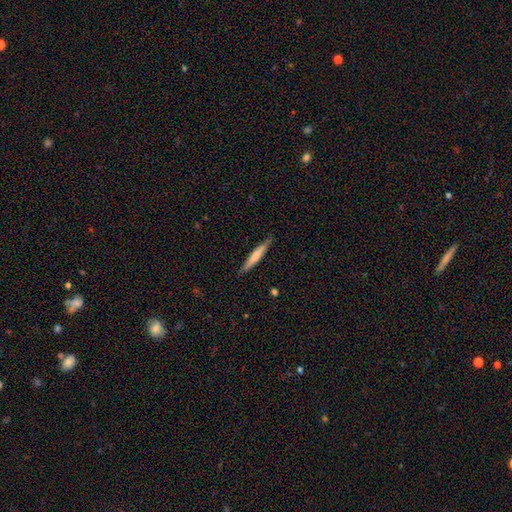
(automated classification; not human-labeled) A smooth galaxy with no disk features (62%) that is cigar-shaped (95%).

Vote fractions:
- Smooth or featured? smooth: 62% / featured or disk: 33% / star or artifact: 5%
- How rounded? cigar-shaped: 95% / in between: 4% / round: 1%
- Merging? none: 88% / minor disturbance: 10% / major disturbance: 2% / merger: 1%